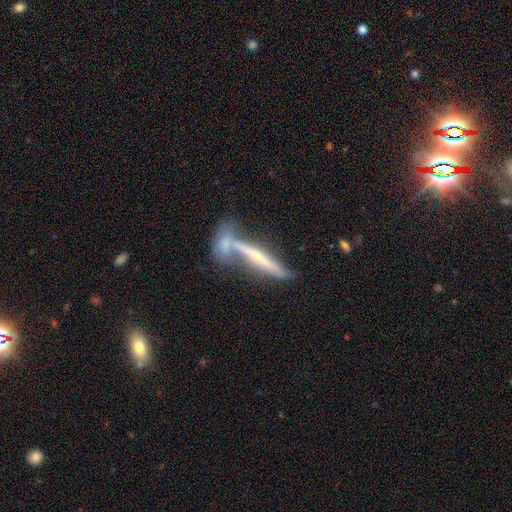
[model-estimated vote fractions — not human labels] Smooth or featured? Predicted: featured or disk (p=0.63). Edge-on disk? Predicted: yes (p=0.90). Edge-on bulge? Predicted: none (p=0.45). Merging? Predicted: none (p=0.43).